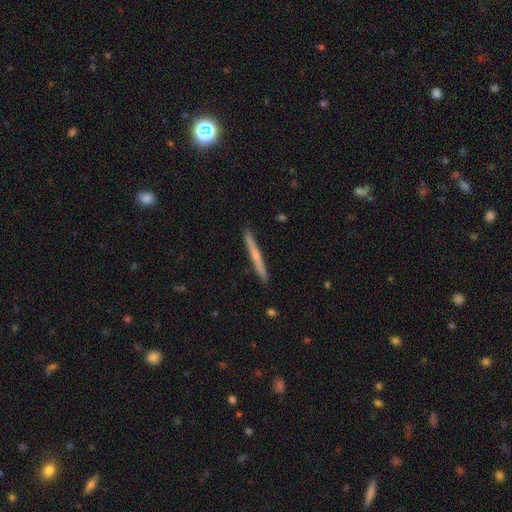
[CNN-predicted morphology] smooth 52%, featured or disk 42%, star or artifact 6%. Down the decision tree: how rounded — cigar-shaped (97%); merging — none (92%).